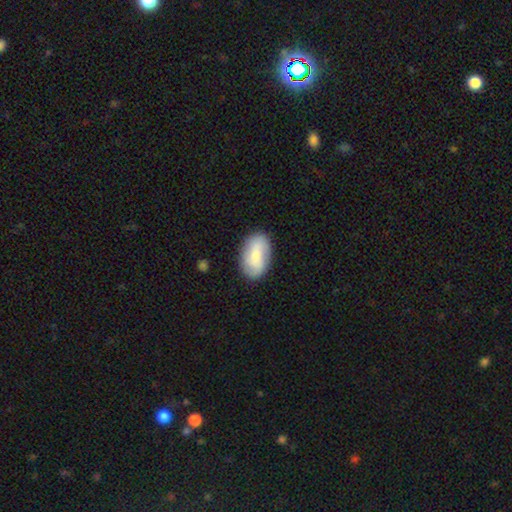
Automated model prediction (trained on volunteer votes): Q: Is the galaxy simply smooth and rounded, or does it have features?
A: smooth — 66%.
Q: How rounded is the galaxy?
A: in between — 91%.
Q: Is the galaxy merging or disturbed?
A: none — 83%.